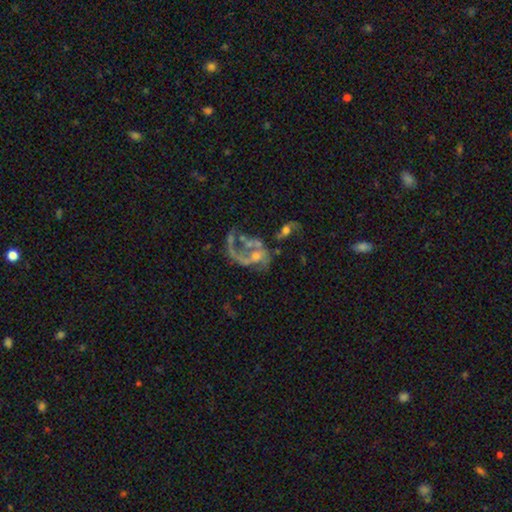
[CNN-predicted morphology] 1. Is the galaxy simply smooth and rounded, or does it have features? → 72% featured or disk, 15% smooth, 13% star or artifact.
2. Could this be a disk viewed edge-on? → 98% no, 2% yes.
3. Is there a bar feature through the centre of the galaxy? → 74% no, 21% weak, 5% strong.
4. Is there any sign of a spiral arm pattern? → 58% yes, 42% no.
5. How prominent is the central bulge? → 34% small, 30% moderate, 29% none, 4% large, 2% dominant.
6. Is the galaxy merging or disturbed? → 38% major disturbance, 29% merger, 22% none, 11% minor disturbance.